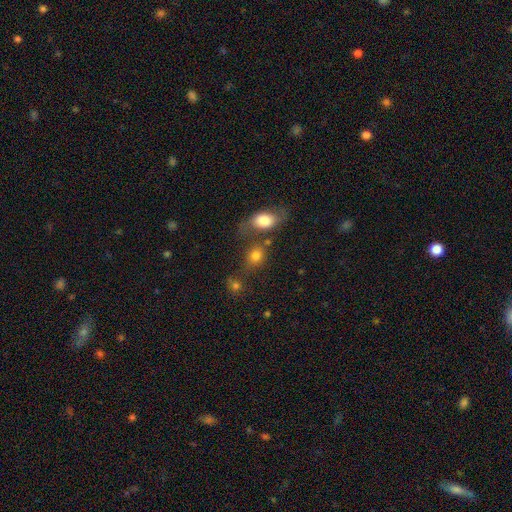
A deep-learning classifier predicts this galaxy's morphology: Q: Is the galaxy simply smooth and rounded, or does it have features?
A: smooth — 79%.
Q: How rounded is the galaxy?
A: in between — 50%.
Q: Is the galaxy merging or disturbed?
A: none — 53%.